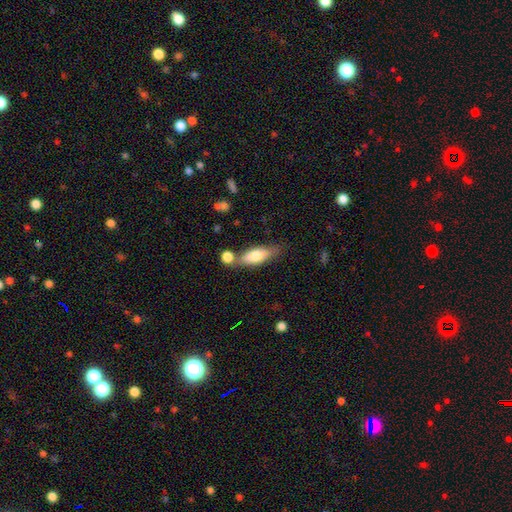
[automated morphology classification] Overall: smooth (68%). How rounded: in between (62%; cigar-shaped 34%). Merging: none (56%; merger 22%).